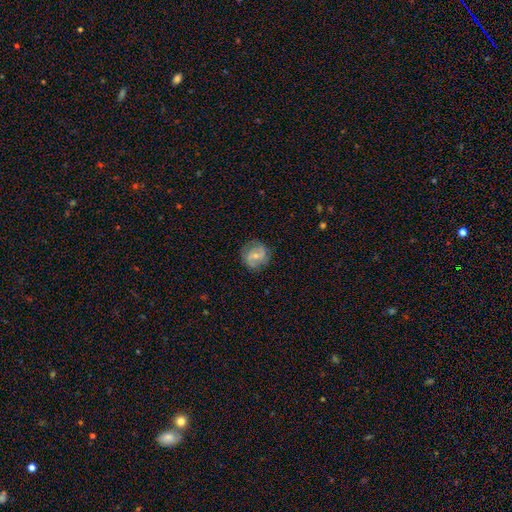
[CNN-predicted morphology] The model was most divided on "bar" (2-way tie): no: 43%, weak: 43%, strong: 13%. More confident: edge-on disk — no (97%); spiral arms — yes (82%); merging — none (80%); smooth or featured — featured or disk (56%); bulge size — small (55%).